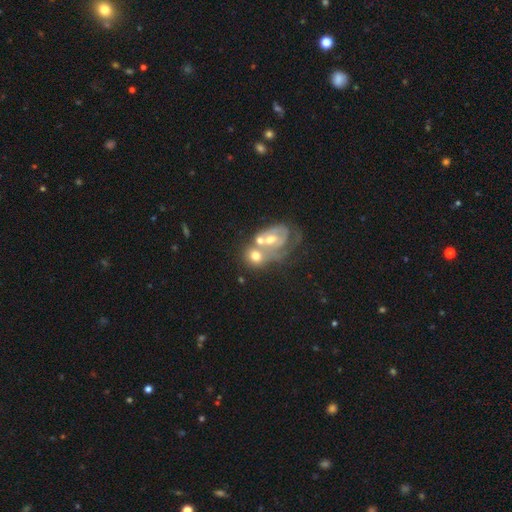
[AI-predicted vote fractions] The model was most divided on "smooth or featured": featured or disk: 47%, smooth: 43%, star or artifact: 10%. More confident: merging — merger (60%).